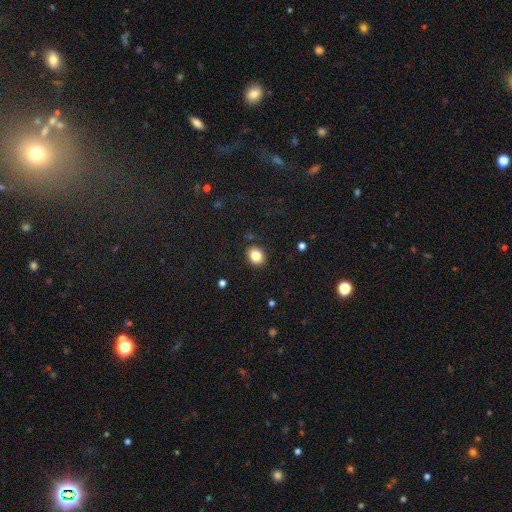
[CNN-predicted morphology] The model was most divided on "how rounded": round: 54%, in between: 45%, cigar-shaped: 1%. More confident: merging — none (89%); smooth or featured — smooth (83%).